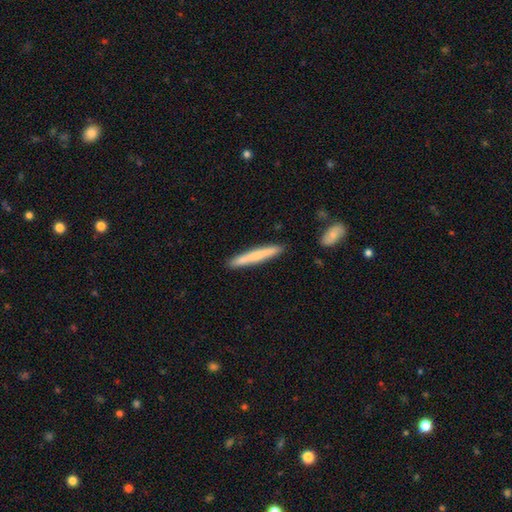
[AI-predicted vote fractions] smooth_or_featured: smooth (p=0.67) [alt: featured or disk p=0.28]
how_rounded: cigar-shaped (p=0.96) [alt: in between p=0.03]
merging: none (p=0.90) [alt: minor disturbance p=0.07]